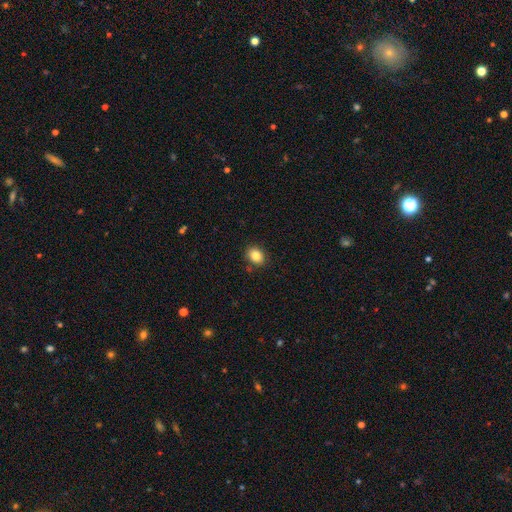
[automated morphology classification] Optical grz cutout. It shows a smooth galaxy with no disk features (84%) that is in between round and cigar-shaped (55%). Merging: none (86%).